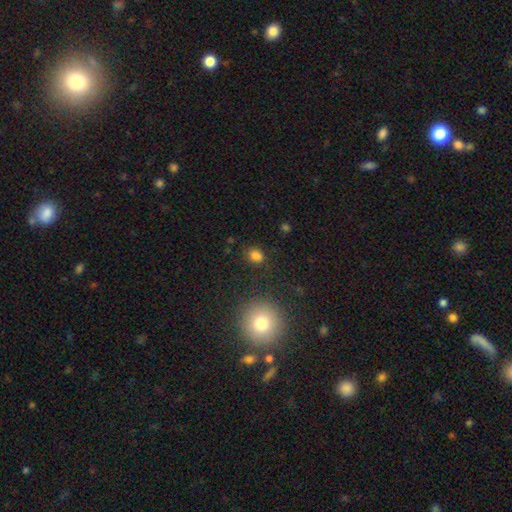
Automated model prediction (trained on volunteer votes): Q: Smooth or featured?
A: smooth (79%); runner-up: star or artifact (15%)
Q: How rounded?
A: round (54%); runner-up: in between (45%)
Q: Merging?
A: none (79%); runner-up: minor disturbance (13%)